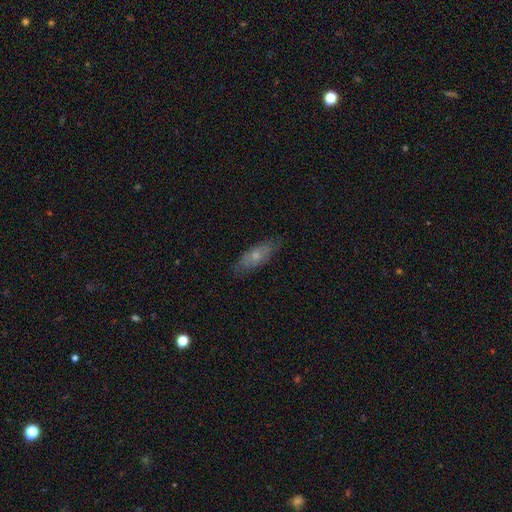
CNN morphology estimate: type=smooth (57%); roundness=in between (63%); merging=none (80%).